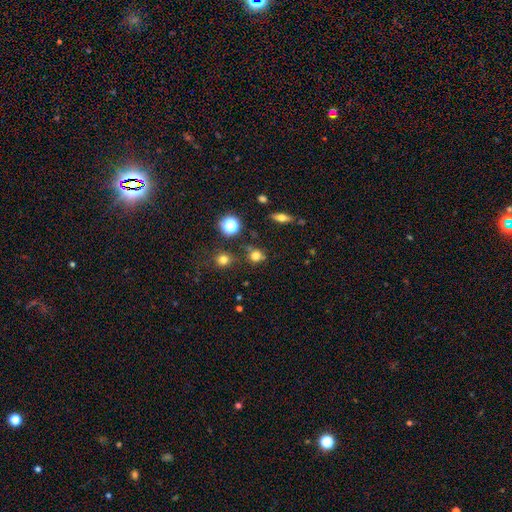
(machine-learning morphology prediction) Smooth or featured? Predicted: smooth (p=0.72). How rounded? Predicted: round (p=0.81). Merging? Predicted: none (p=0.70).